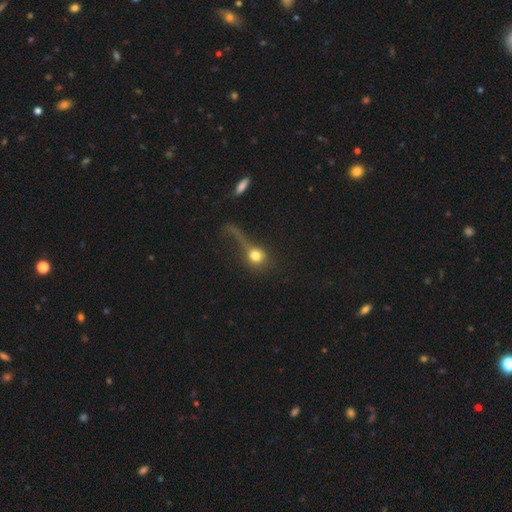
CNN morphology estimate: This appears to be a smooth galaxy with no disk features (68%) that is round (75%). Merging: major disturbance (51%).